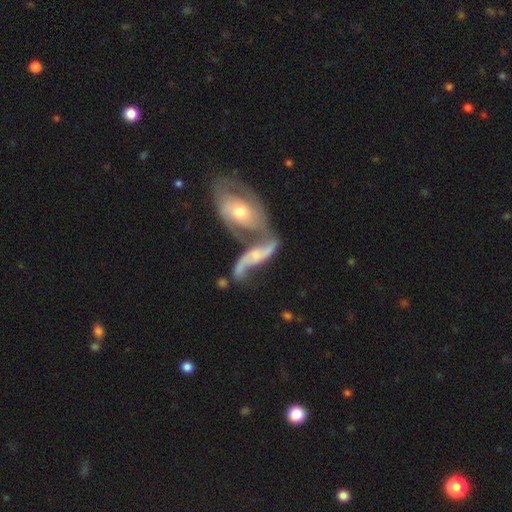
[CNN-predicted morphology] Smooth or featured?
  - featured or disk: 76% *
  - smooth: 18%
  - star or artifact: 6%
Edge-on disk?
  - no: 90% *
  - yes: 10%
Bar?
  - no: 56% *
  - weak: 33%
  - strong: 11%
Spiral arms?
  - yes: 88% *
  - no: 12%
Spiral winding?
  - loose: 77% *
  - medium: 17%
  - tight: 6%
Spiral arm count?
  - 2: 86% *
  - 1: 6%
  - can't tell: 5%
  - 3: 1%
  - 4: 1%
  - more than 4: 1%
Bulge size?
  - small: 44% *
  - moderate: 40%
  - none: 11%
  - large: 5%
  - dominant: 2%
Merging?
  - merger: 61% *
  - none: 18%
  - minor disturbance: 11%
  - major disturbance: 10%